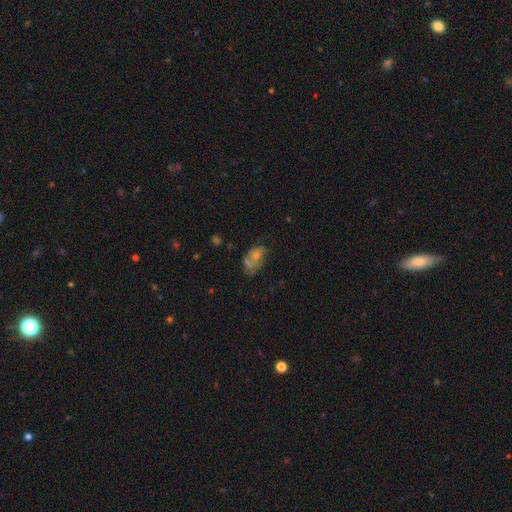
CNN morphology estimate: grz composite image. It shows a featured or disk galaxy (41%). Merging: none (37%).